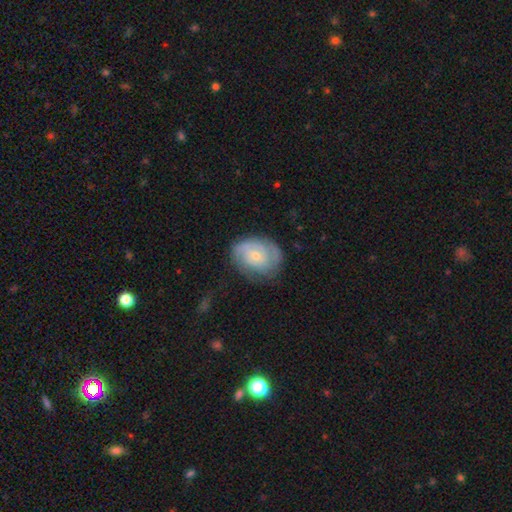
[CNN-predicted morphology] Smooth or featured? featured or disk (72%)
Edge-on disk? no (97%)
Bar? no (70%)
Spiral arms? yes (92%)
Spiral winding? tight (62%)
Spiral arm count? 2 (44%)
Bulge size? small (65%)
Merging? none (72%)